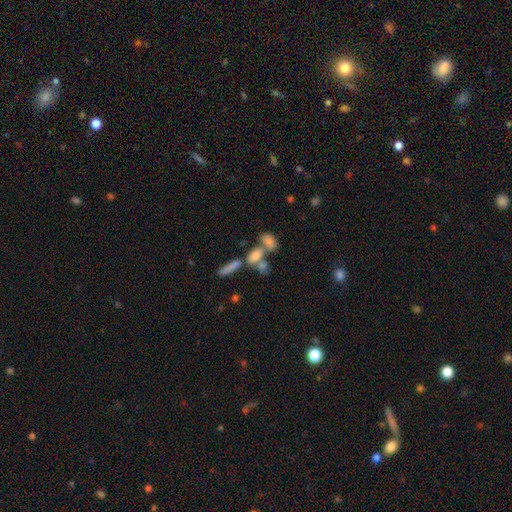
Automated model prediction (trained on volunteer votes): smooth_or_featured: smooth (p=0.61) [alt: featured or disk p=0.24]
how_rounded: in between (p=0.67) [alt: cigar-shaped p=0.19]
merging: merger (p=0.49) [alt: none p=0.33]